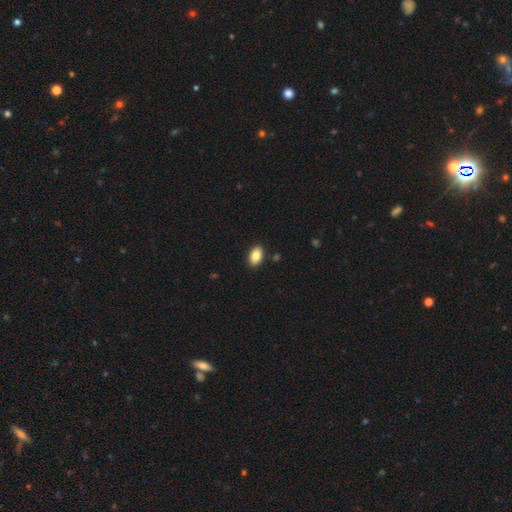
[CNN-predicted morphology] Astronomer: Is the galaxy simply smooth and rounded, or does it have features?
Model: smooth — 85%.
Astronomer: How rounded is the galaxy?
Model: in between — 91%.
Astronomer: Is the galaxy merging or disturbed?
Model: none — 89%.